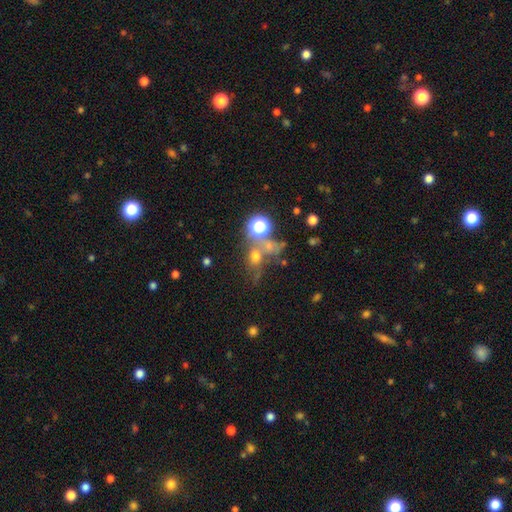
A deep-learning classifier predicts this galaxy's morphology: smooth 57%, star or artifact 28%, featured or disk 15%. Down the decision tree: how rounded — round (67%); merging — none (44%).